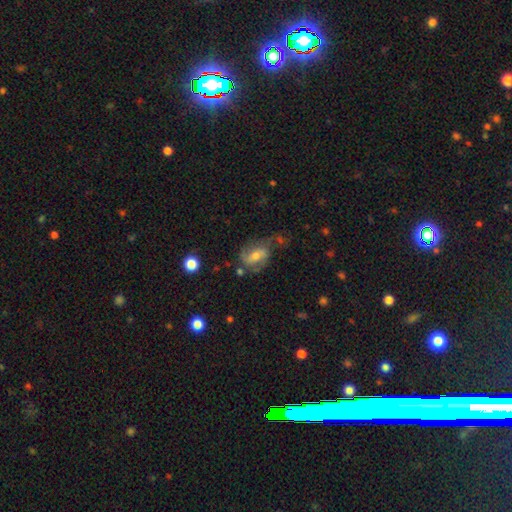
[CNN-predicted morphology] featured or disk 60%, smooth 30%, star or artifact 10%. Down the decision tree: edge-on disk — no (94%); bar — weak (43%); spiral arms — yes (82%); bulge size — moderate (53%); merging — none (48%).